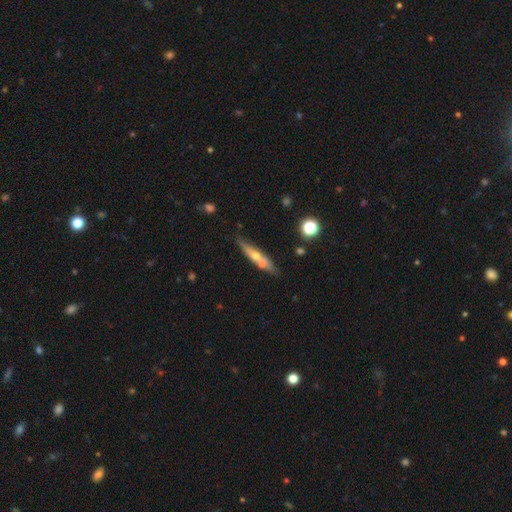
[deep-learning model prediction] smooth-or-featured: featured or disk: 48% | smooth: 45% | star or artifact: 7%
  merging: none: 62% | merger: 21% | minor disturbance: 14% | major disturbance: 4%